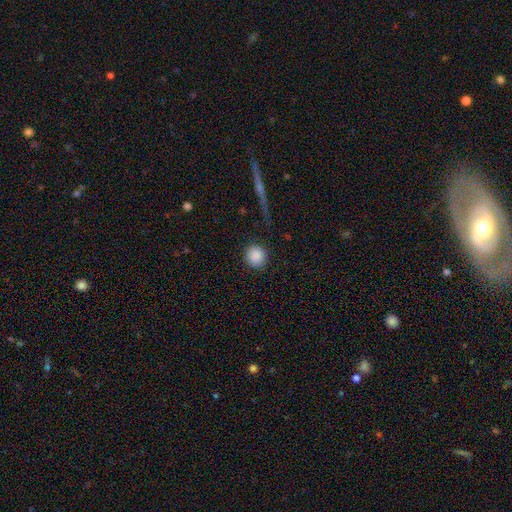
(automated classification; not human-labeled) A smooth galaxy with no disk features (88%) that is round (93%). Merging: none (89%).